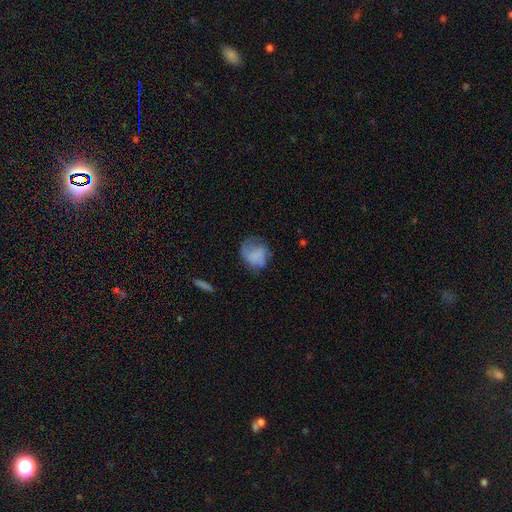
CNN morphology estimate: Smooth or featured? smooth (58%)
How rounded? round (60%)
Merging? none (47%)